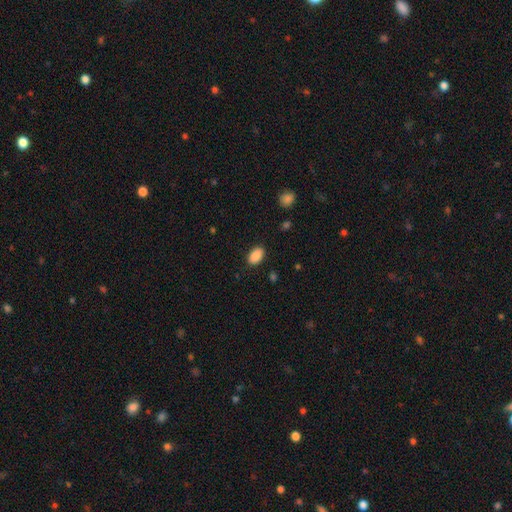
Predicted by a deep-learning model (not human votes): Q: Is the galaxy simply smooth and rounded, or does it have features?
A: smooth — 89%.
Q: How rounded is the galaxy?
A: in between — 90%.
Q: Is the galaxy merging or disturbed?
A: none — 87%.